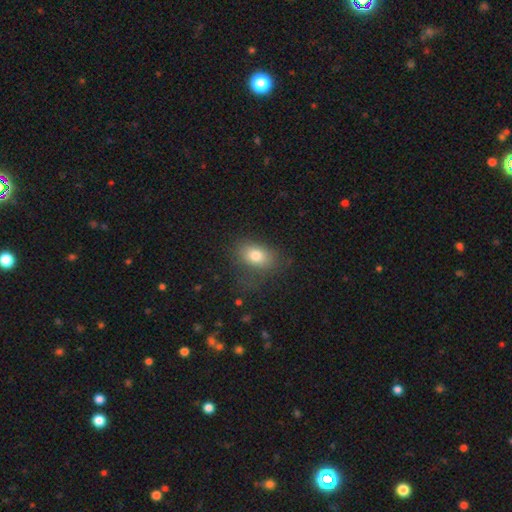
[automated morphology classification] smooth-or-featured: smooth: 79% | featured or disk: 11% | star or artifact: 10%
  how-rounded: in between: 78% | round: 20% | cigar-shaped: 2%
  merging: none: 67% | minor disturbance: 20% | major disturbance: 11% | merger: 2%